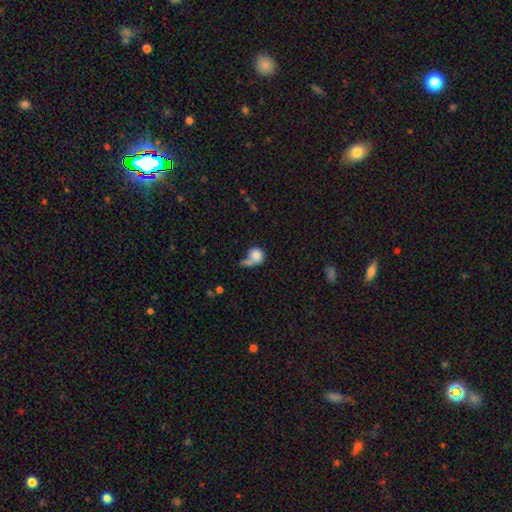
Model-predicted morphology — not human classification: smooth_or_featured: smooth (p=0.81) [alt: featured or disk p=0.11]
how_rounded: round (p=0.77) [alt: in between p=0.22]
merging: merger (p=0.31) [alt: none p=0.30]